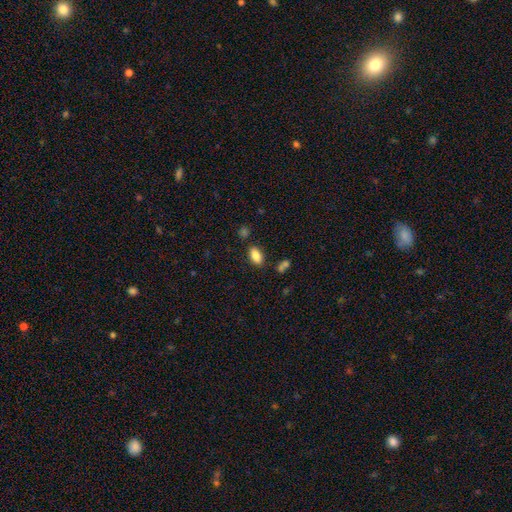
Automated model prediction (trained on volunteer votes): Morphology: type=smooth (86%); roundness=in between (91%); merging=none (82%).